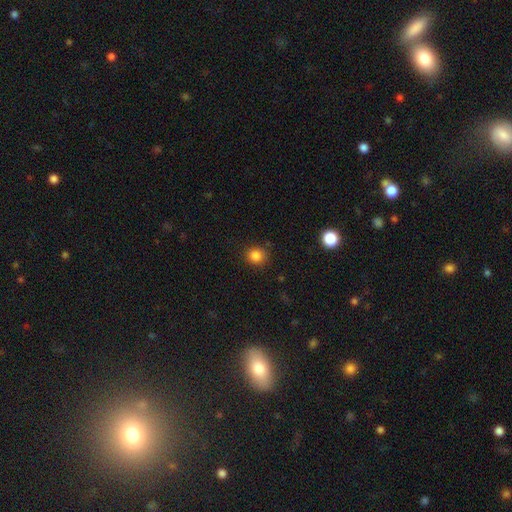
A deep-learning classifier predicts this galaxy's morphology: This is clearly a smooth galaxy (85%). How rounded: clearly round (86%). Merging: clearly none (87%).